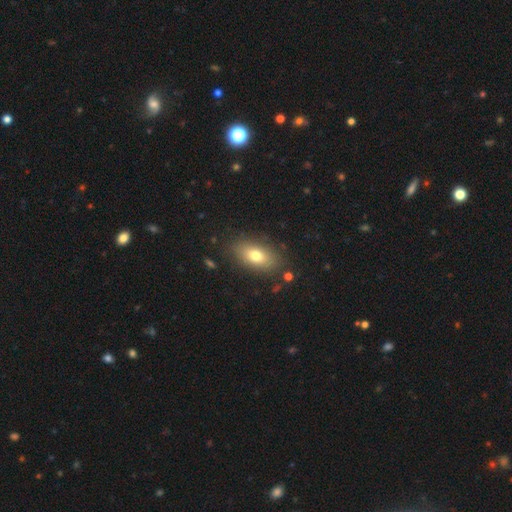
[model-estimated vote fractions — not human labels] A smooth galaxy with no disk features (75%) that is in between round and cigar-shaped (87%).

Vote fractions:
- Smooth or featured? smooth: 75% / featured or disk: 17% / star or artifact: 9%
- How rounded? in between: 87% / round: 7% / cigar-shaped: 6%
- Merging? none: 84% / minor disturbance: 11% / major disturbance: 4% / merger: 2%